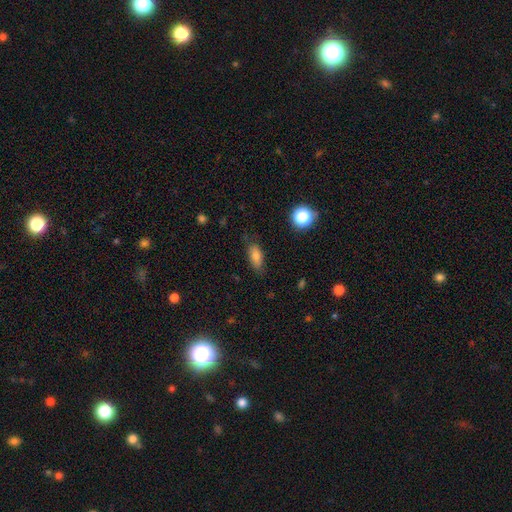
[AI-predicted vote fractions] Morphology: type=smooth (79%); roundness=in between (79%); merging=none (78%).